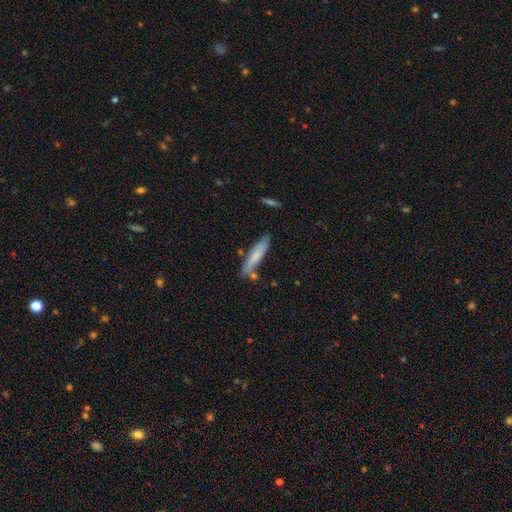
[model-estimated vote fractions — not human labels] A smooth galaxy with no disk features (70%) that is cigar-shaped (86%). Merging: none (72%).